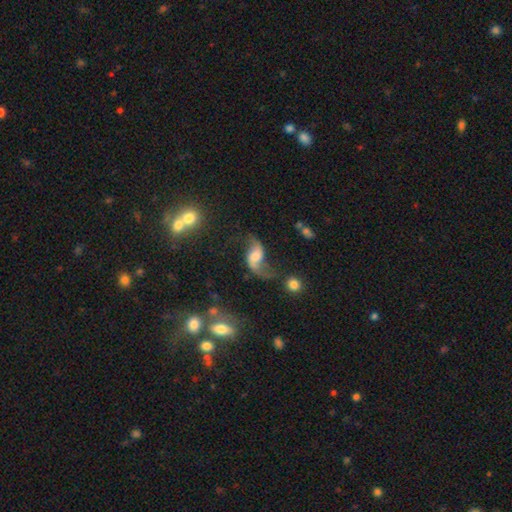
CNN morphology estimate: Smooth or featured? featured or disk (83%)
Edge-on disk? no (96%)
Bar? no (47%)
Spiral arms? yes (95%)
Spiral winding? loose (88%)
Spiral arm count? 2 (92%)
Bulge size? moderate (34%)
Merging? none (61%)